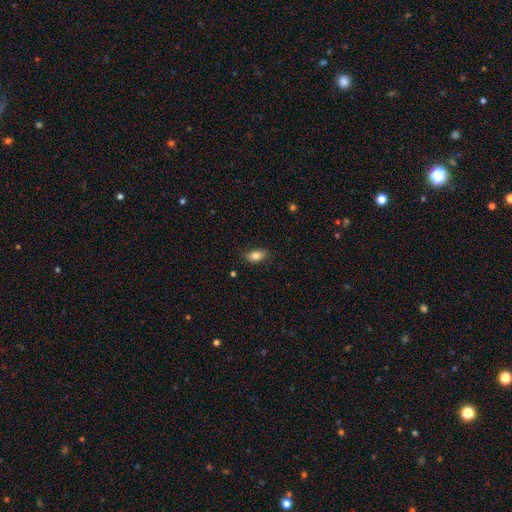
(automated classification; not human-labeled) Morphology: type=smooth (81%); roundness=in between (89%); merging=none (83%).